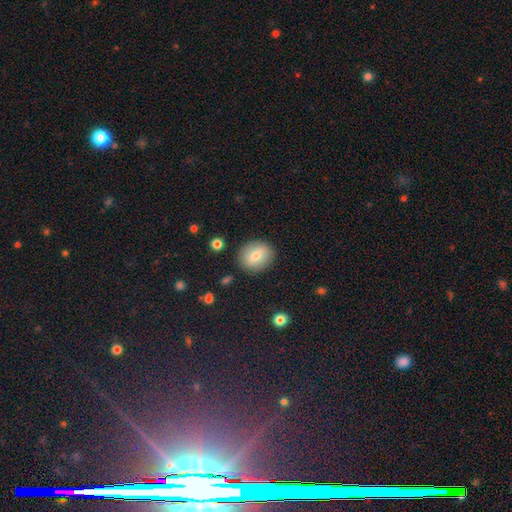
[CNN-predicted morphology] smooth_or_featured: smooth (p=0.72) [alt: featured or disk p=0.20]
how_rounded: round (p=0.57) [alt: in between p=0.42]
merging: none (p=0.86) [alt: minor disturbance p=0.10]